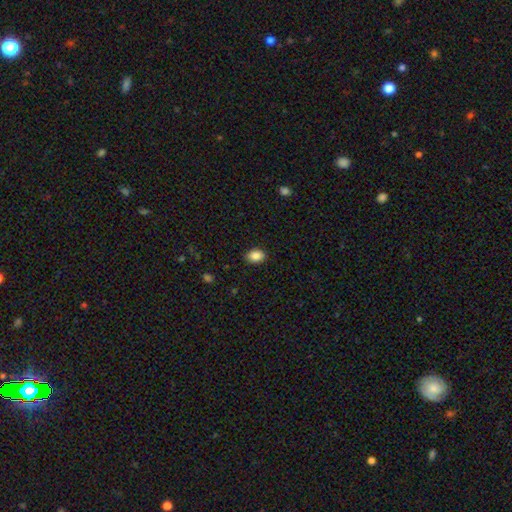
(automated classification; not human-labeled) Morphology: type=smooth (88%); roundness=in between (74%); merging=none (89%).